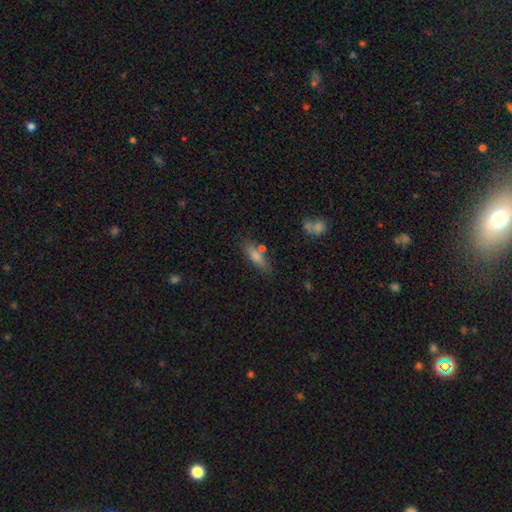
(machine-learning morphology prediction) smooth_or_featured: smooth (p=0.70) [alt: featured or disk p=0.20]
how_rounded: cigar-shaped (p=0.57) [alt: in between p=0.40]
merging: none (p=0.74) [alt: minor disturbance p=0.13]